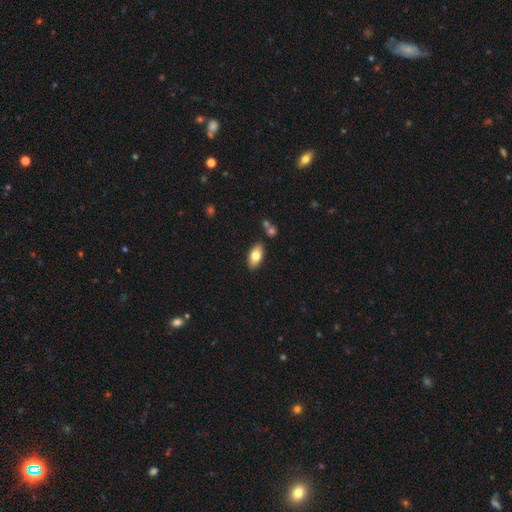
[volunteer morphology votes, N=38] smooth 71%, featured or disk 26%, star or artifact 3%. Down the decision tree: how rounded — in between (85%); merging — none (86%).